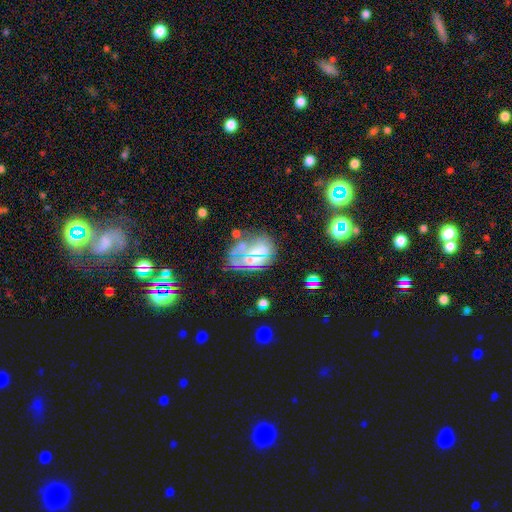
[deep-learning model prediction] smooth-or-featured: featured or disk: 38% | star or artifact: 36% | smooth: 26%
  merging: none: 52% | minor disturbance: 20% | major disturbance: 17% | merger: 10%